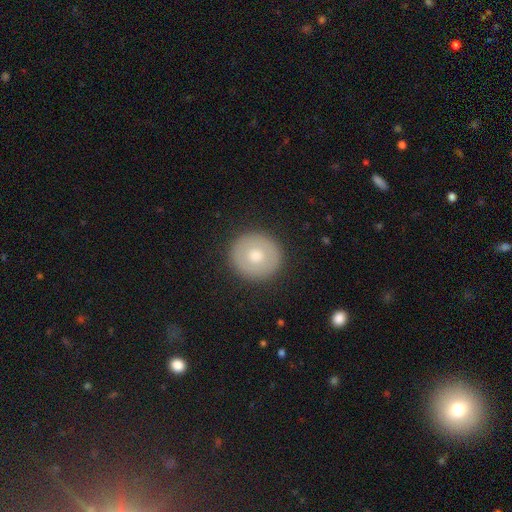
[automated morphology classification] This appears to be a smooth galaxy with no disk features (65%) that is round (92%). Merging: none (90%).